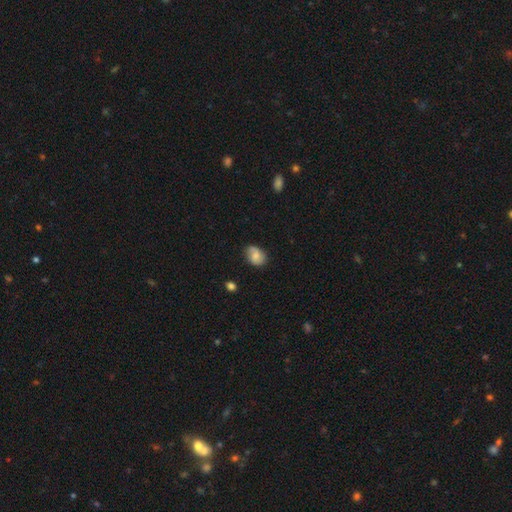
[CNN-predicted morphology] smooth_or_featured: smooth (p=0.64) [alt: featured or disk p=0.28]
how_rounded: in between (p=0.66) [alt: round p=0.33]
merging: none (p=0.69) [alt: minor disturbance p=0.24]